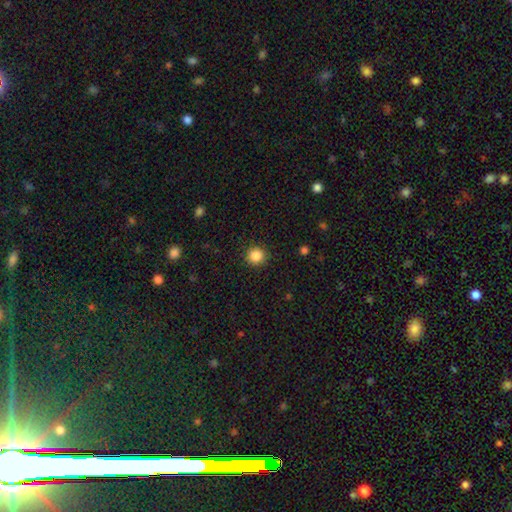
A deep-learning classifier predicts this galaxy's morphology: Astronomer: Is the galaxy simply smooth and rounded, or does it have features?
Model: smooth — 86%.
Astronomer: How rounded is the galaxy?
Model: round — 94%.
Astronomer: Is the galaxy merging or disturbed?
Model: none — 91%.